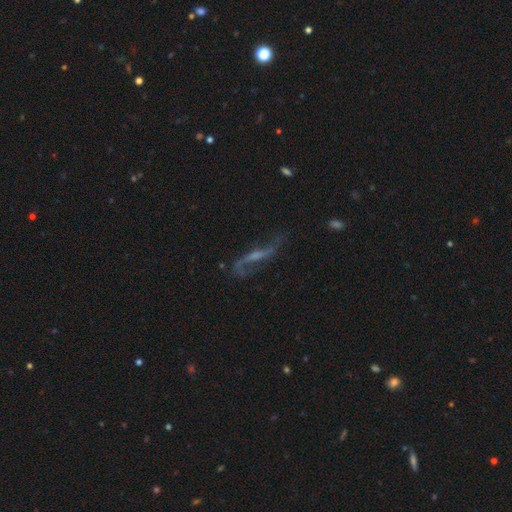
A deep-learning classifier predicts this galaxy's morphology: The model was most divided on "bar": weak: 42%, no: 30%, strong: 28%. Remaining: spiral arms — yes (91%); spiral arm count — 2 (88%); spiral winding — loose (81%); edge-on disk — no (80%); smooth or featured — featured or disk (79%); merging — none (64%); bulge size — small (48%).